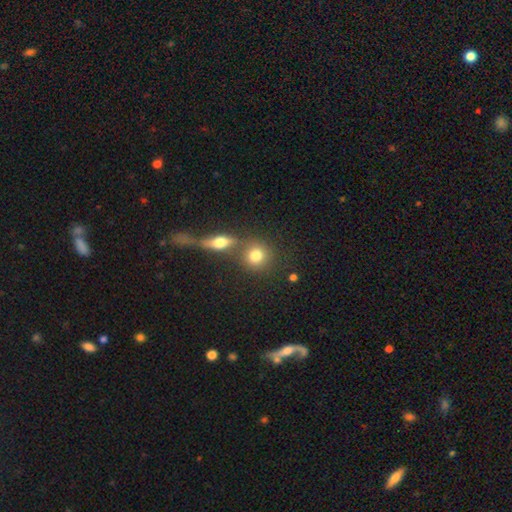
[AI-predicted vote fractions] This is likely a smooth galaxy (77%). How rounded: clearly round (84%). Merging: possibly none (56%).